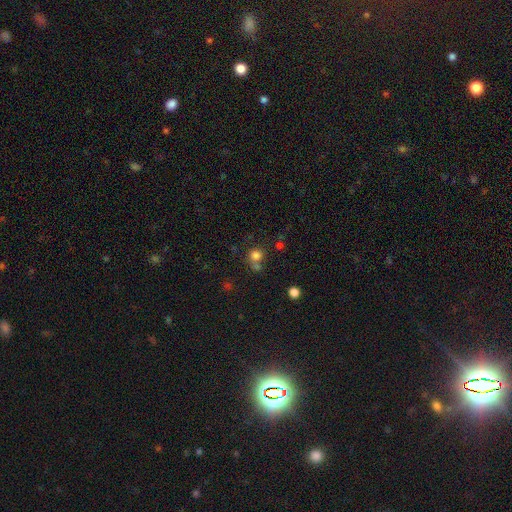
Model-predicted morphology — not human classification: smooth_or_featured: smooth (p=0.78) [alt: star or artifact p=0.15]
how_rounded: round (p=0.86) [alt: in between p=0.13]
merging: none (p=0.56) [alt: merger p=0.28]